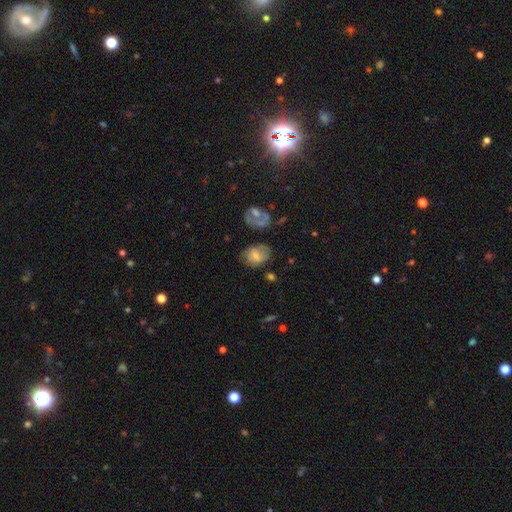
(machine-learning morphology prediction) Smooth or featured? Predicted: smooth (p=0.53). How rounded? Predicted: in between (p=0.63). Merging? Predicted: none (p=0.55).